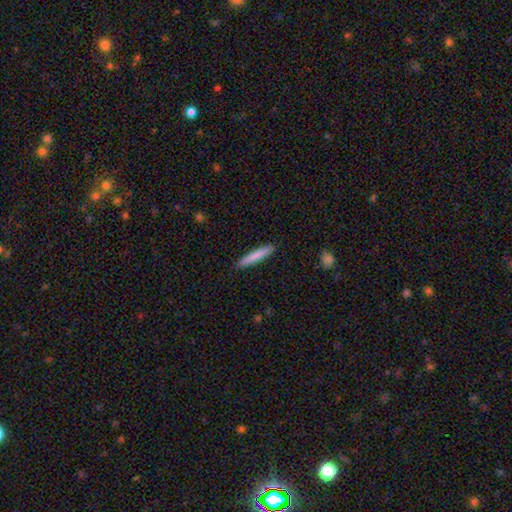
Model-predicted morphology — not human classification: Smooth or featured: smooth — 80% (featured or disk — 15%)
How rounded: cigar-shaped — 94% (in between — 5%)
Merging: none — 91% (minor disturbance — 6%)